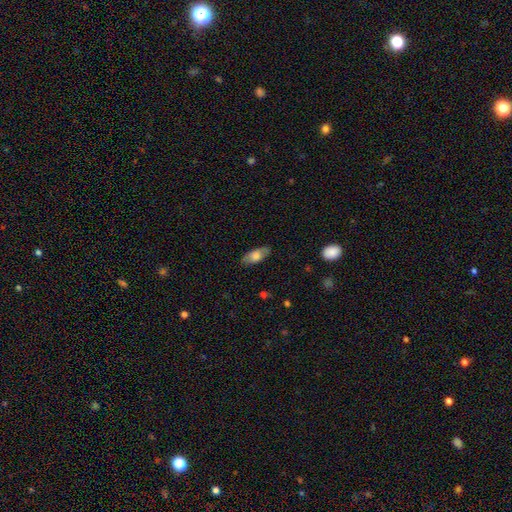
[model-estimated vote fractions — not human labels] A smooth galaxy with no disk features (69%) that is in between round and cigar-shaped (83%).

Vote fractions:
- Smooth or featured? smooth: 69% / featured or disk: 24% / star or artifact: 6%
- How rounded? in between: 83% / cigar-shaped: 14% / round: 3%
- Merging? none: 83% / minor disturbance: 13% / major disturbance: 3% / merger: 1%